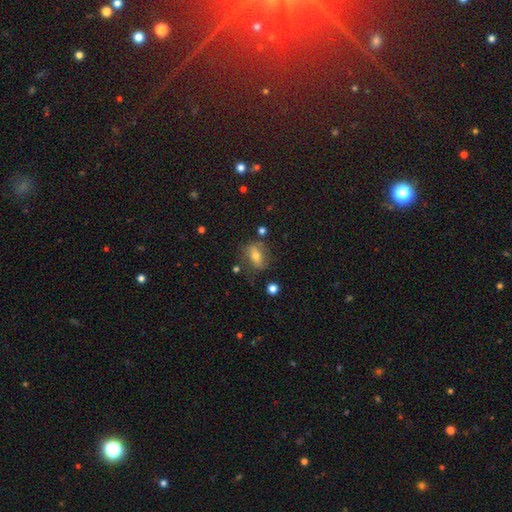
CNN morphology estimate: This appears to be a smooth galaxy with no disk features (61%) that is in between round and cigar-shaped (72%). Merging: none (66%).